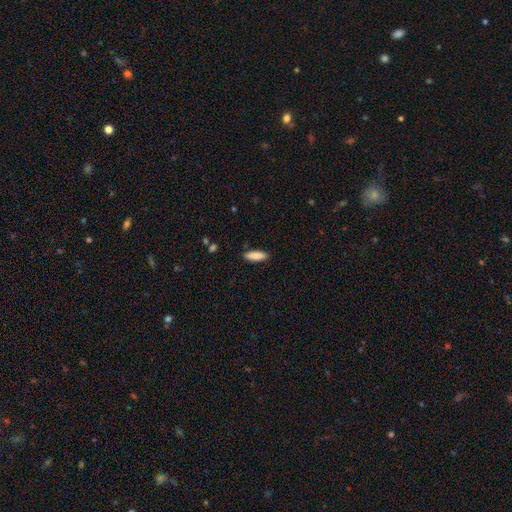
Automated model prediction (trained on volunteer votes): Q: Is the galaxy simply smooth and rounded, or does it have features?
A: smooth — 88%.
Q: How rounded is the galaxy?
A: in between — 51%.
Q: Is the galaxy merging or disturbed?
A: none — 88%.